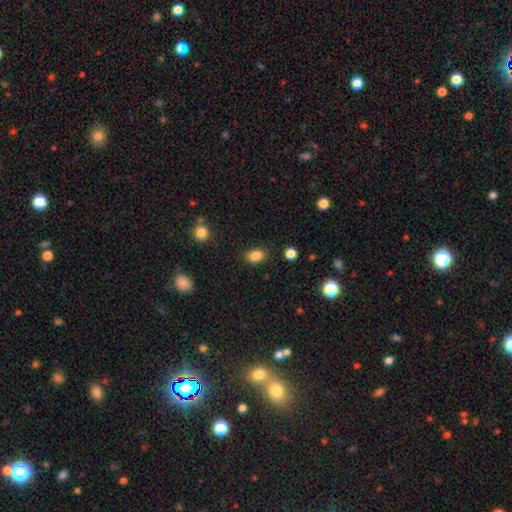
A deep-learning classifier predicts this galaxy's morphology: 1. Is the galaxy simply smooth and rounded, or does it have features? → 86% smooth, 10% star or artifact, 5% featured or disk.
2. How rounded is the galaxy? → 74% in between, 25% round, 1% cigar-shaped.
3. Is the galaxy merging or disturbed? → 84% none, 12% minor disturbance, 3% major disturbance, 2% merger.